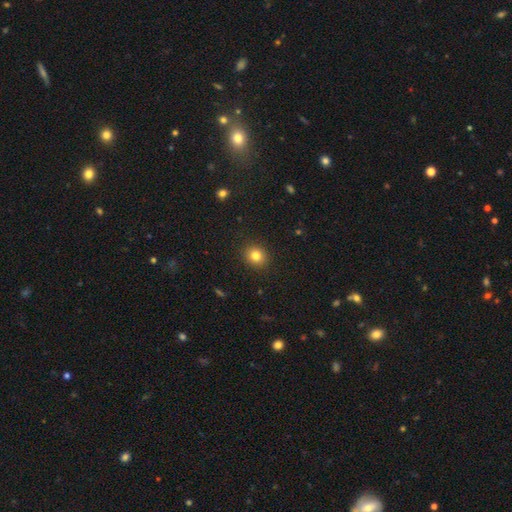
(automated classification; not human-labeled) Q: Smooth or featured?
A: smooth (82%); runner-up: star or artifact (12%)
Q: How rounded?
A: round (80%); runner-up: in between (19%)
Q: Merging?
A: none (91%); runner-up: minor disturbance (6%)